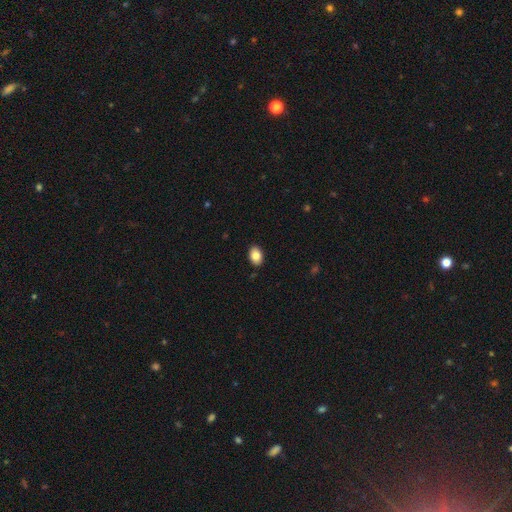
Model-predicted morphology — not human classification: Overall: smooth (84%). How rounded: in between (85%). Merging: none (89%).